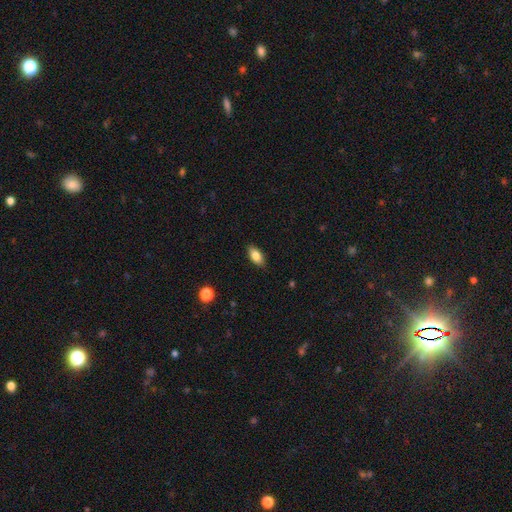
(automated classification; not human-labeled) Q: Smooth or featured?
A: smooth (83%); runner-up: featured or disk (9%)
Q: How rounded?
A: in between (89%); runner-up: cigar-shaped (7%)
Q: Merging?
A: none (87%); runner-up: minor disturbance (10%)